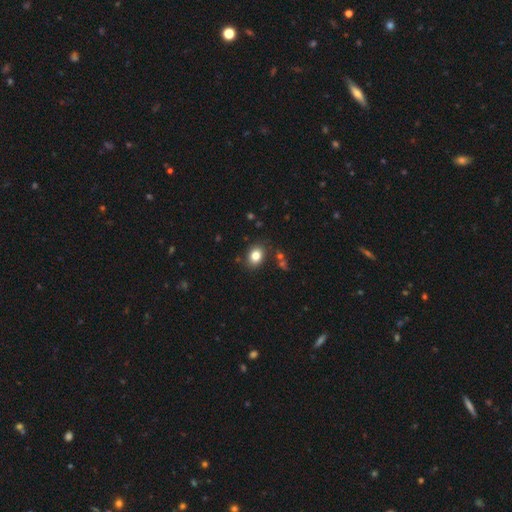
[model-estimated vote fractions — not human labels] A smooth galaxy with no disk features (82%) that is in between round and cigar-shaped (56%).

Vote fractions:
- Smooth or featured? smooth: 82% / star or artifact: 11% / featured or disk: 8%
- How rounded? in between: 56% / round: 43% / cigar-shaped: 1%
- Merging? none: 83% / minor disturbance: 10% / merger: 3% / major disturbance: 3%